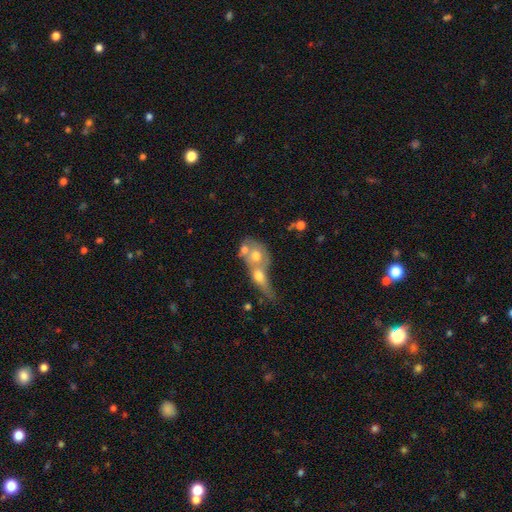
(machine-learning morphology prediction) Overall: smooth (51%; featured or disk 40%). How rounded: in between (51%; round 43%). Merging: merger (73%).